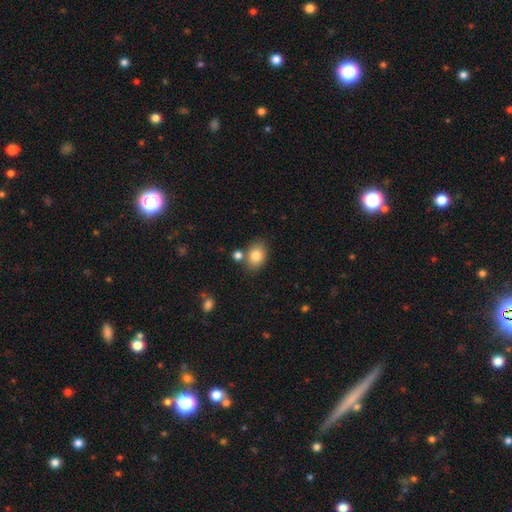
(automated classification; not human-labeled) The model was most divided on "how rounded": in between: 68%, round: 31%, cigar-shaped: 1%. More confident: smooth or featured — smooth (81%); merging — none (72%).